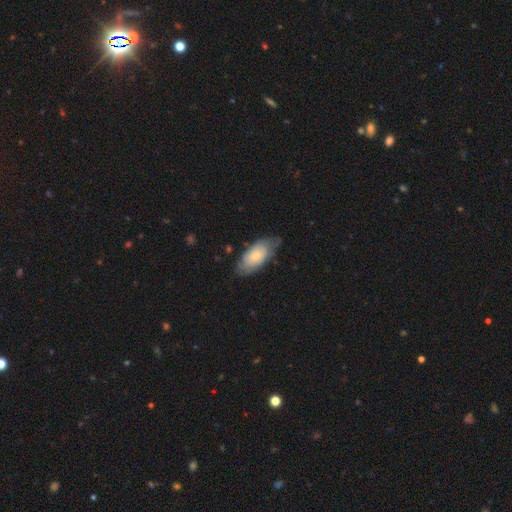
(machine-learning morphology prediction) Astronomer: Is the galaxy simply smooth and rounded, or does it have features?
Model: smooth — 59% (runner-up: featured or disk, 35%).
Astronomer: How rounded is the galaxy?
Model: in between — 91%.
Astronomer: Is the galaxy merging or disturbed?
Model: none — 61%.